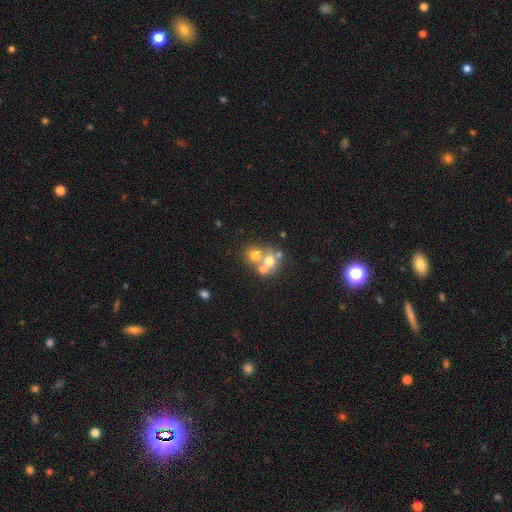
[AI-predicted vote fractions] Smooth or featured?
  - smooth: 46% *
  - star or artifact: 38%
  - featured or disk: 17%
Merging?
  - none: 46% *
  - merger: 41%
  - minor disturbance: 7%
  - major disturbance: 5%